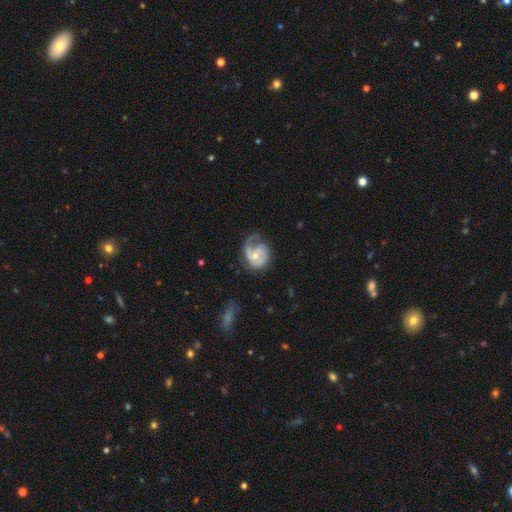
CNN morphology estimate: This appears to be a featured or disk galaxy (74%) with no bar (69%), 1 (44%) tight (40%) spiral arms (87%) and a moderate central bulge (53%). Merging: none (44%).